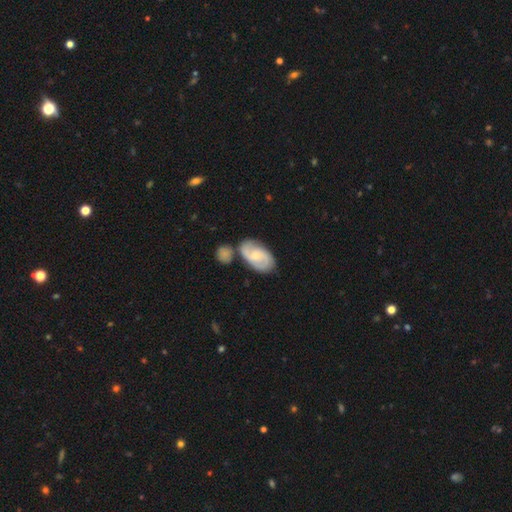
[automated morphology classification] featured or disk 63%, smooth 31%, star or artifact 6%. Down the decision tree: edge-on disk — no (96%); bar — no (57%); spiral arms — yes (91%); spiral arm count — 2 (70%); spiral winding — medium (47%); bulge size — small (58%); merging — none (53%).